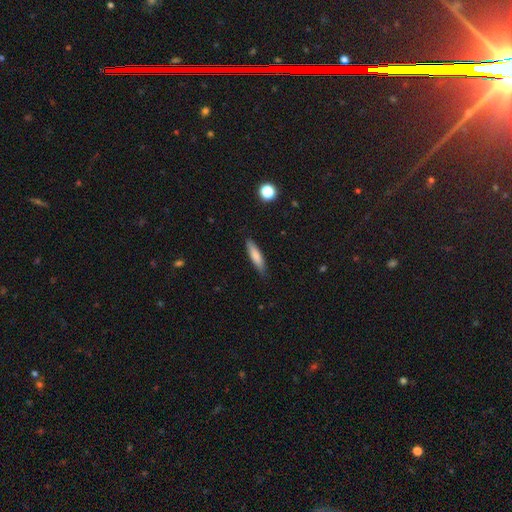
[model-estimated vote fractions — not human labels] A smooth galaxy with no disk features (79%) that is cigar-shaped (74%). Merging: none (82%).